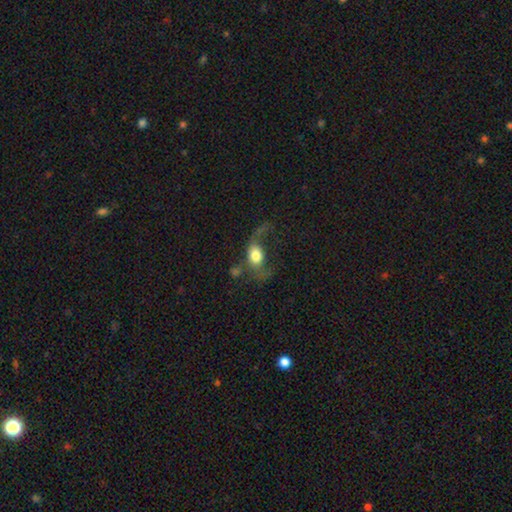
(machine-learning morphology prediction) A smooth galaxy with no disk features (57%) that is in between round and cigar-shaped (66%).

Vote fractions:
- Smooth or featured? smooth: 57% / featured or disk: 35% / star or artifact: 8%
- How rounded? in between: 66% / round: 31% / cigar-shaped: 3%
- Merging? major disturbance: 48% / none: 25% / minor disturbance: 17% / merger: 10%